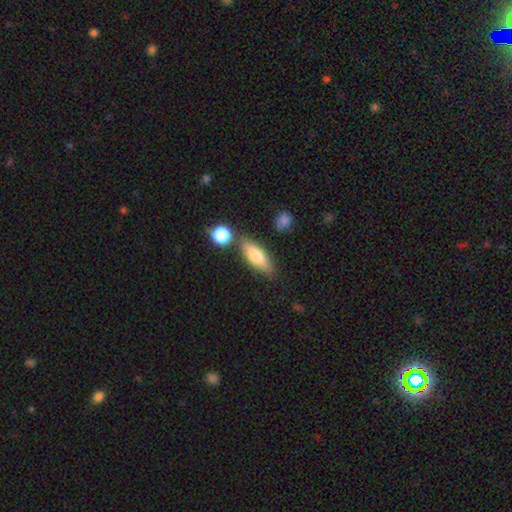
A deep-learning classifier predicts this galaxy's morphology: smooth_or_featured: smooth (p=0.69) [alt: featured or disk p=0.25]
how_rounded: in between (p=0.59) [alt: cigar-shaped p=0.37]
merging: none (p=0.74) [alt: minor disturbance p=0.12]